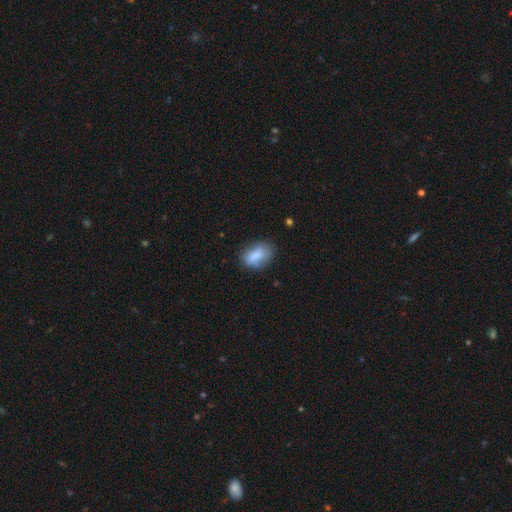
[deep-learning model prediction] Overall: smooth (82%). How rounded: in between (86%). Merging: none (66%).